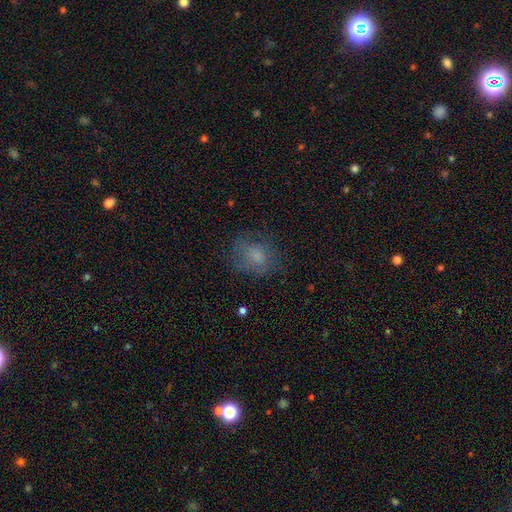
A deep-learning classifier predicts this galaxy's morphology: smooth_or_featured: smooth (p=0.67) [alt: featured or disk p=0.21]
how_rounded: in between (p=0.51) [alt: round p=0.48]
merging: none (p=0.61) [alt: minor disturbance p=0.21]